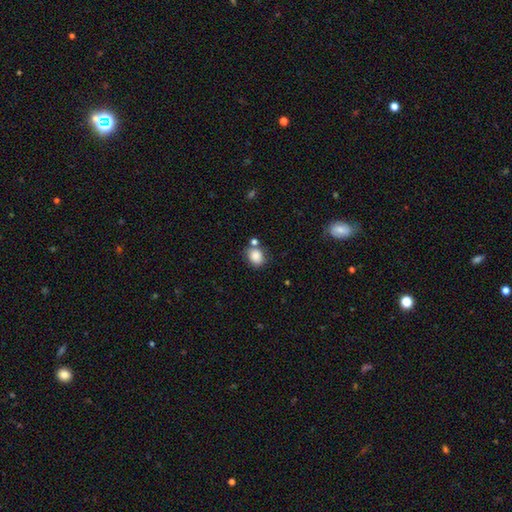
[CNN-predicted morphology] Smooth or featured? smooth (85%)
How rounded? round (55%)
Merging? none (64%)